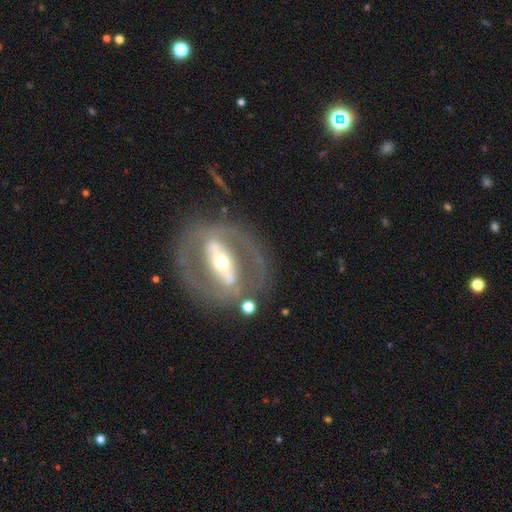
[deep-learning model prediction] Smooth or featured? featured or disk (84%)
Edge-on disk? no (88%)
Bar? strong (70%)
Spiral arms? yes (63%)
Bulge size? moderate (51%)
Merging? none (73%)